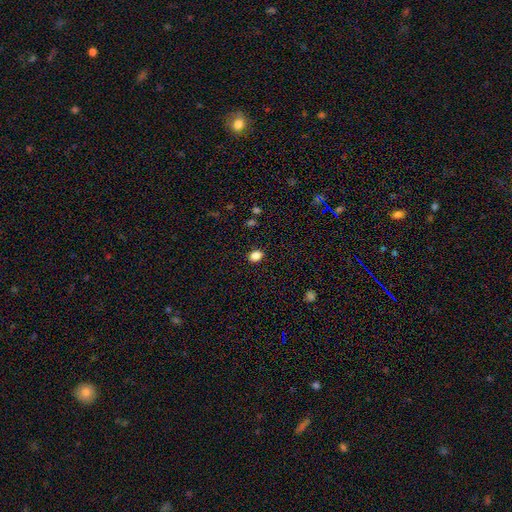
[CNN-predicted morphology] Smooth or featured? smooth (85%)
How rounded? in between (52%)
Merging? none (88%)